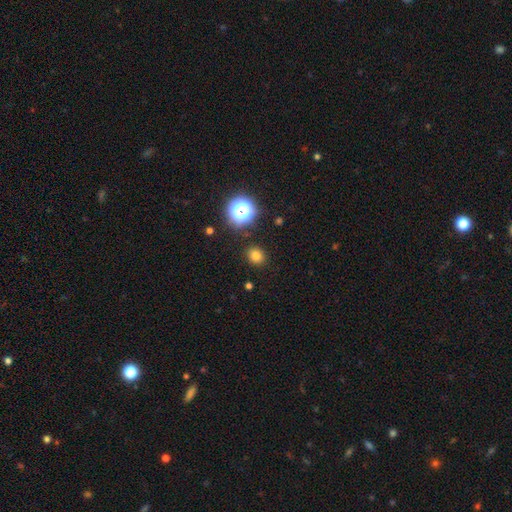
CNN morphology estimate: Overall: smooth (78%). How rounded: round (77%). Merging: none (89%).